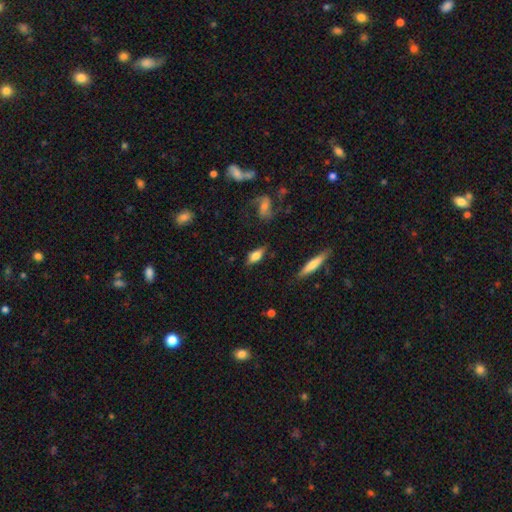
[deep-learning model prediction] Q: Smooth or featured?
A: smooth (57%); runner-up: featured or disk (35%)
Q: How rounded?
A: in between (72%); runner-up: cigar-shaped (22%)
Q: Merging?
A: none (76%); runner-up: minor disturbance (17%)